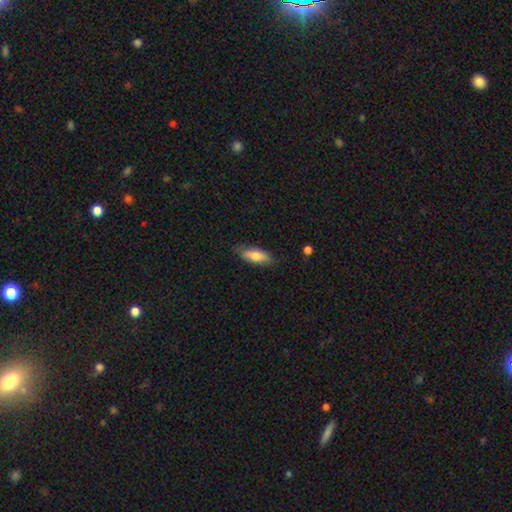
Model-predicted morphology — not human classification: Overall: smooth (72%). How rounded: in between (64%; cigar-shaped 33%). Merging: none (79%).